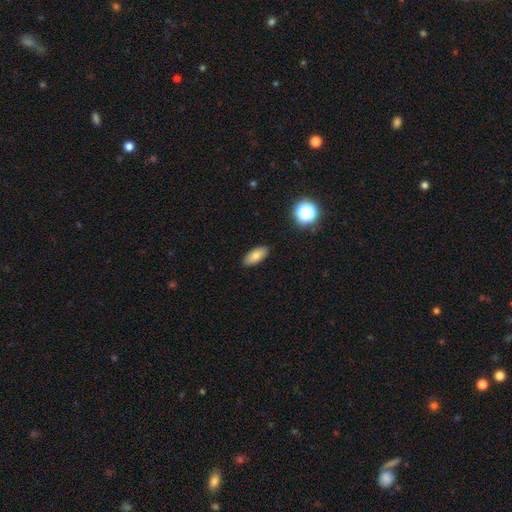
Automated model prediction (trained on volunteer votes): Smooth or featured: smooth — 79% (featured or disk — 12%)
How rounded: in between — 89% (cigar-shaped — 8%)
Merging: none — 89% (minor disturbance — 8%)